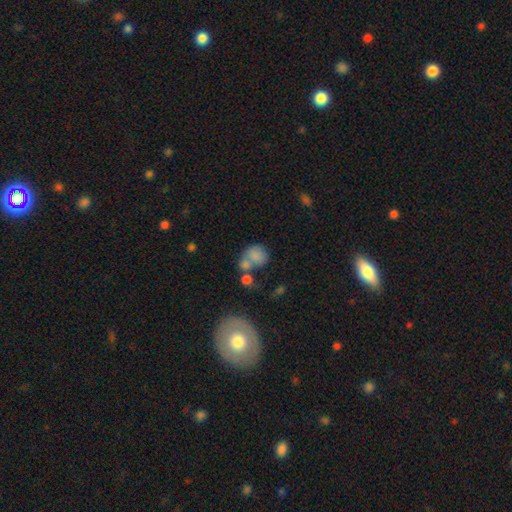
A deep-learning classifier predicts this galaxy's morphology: Q: Smooth or featured?
A: smooth (76%); runner-up: featured or disk (14%)
Q: How rounded?
A: round (64%); runner-up: in between (35%)
Q: Merging?
A: merger (42%); runner-up: none (33%)